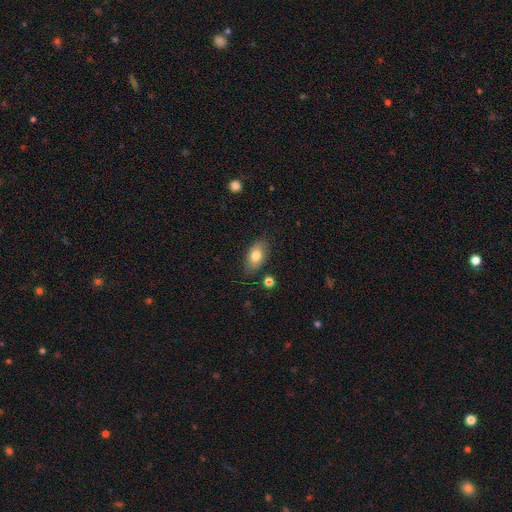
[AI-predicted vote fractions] Overall: smooth (76%). How rounded: in between (90%). Merging: none (82%).